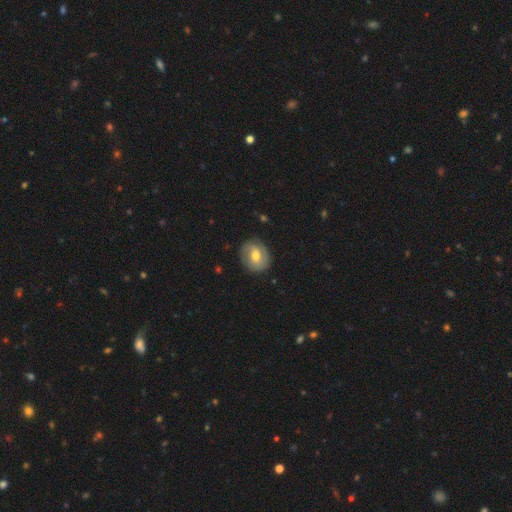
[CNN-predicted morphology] A featured or disk galaxy (53%) with a weak bar (46%), spiral arms (71%) and a moderate central bulge (73%). Merging: none (82%).